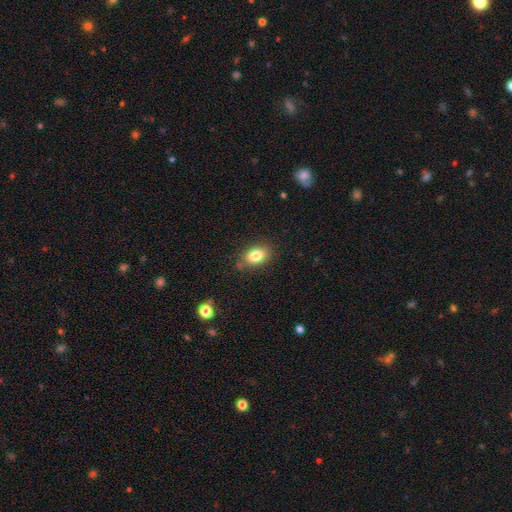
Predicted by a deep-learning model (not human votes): Smooth or featured? Predicted: smooth (p=0.82). How rounded? Predicted: in between (p=0.84). Merging? Predicted: none (p=0.82).